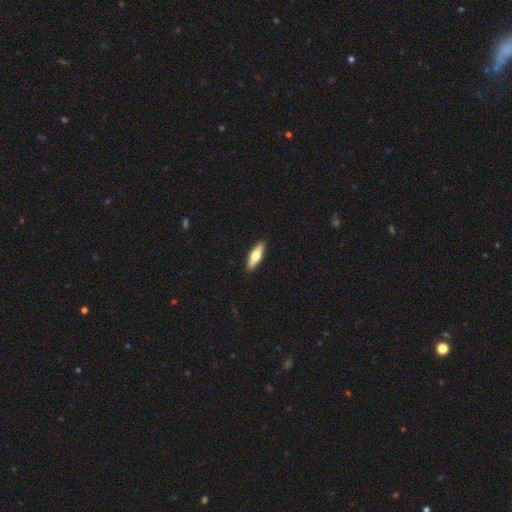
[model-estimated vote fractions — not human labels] Smooth or featured?
  - smooth: 52% *
  - featured or disk: 42%
  - star or artifact: 5%
How rounded?
  - cigar-shaped: 59% *
  - in between: 39%
  - round: 2%
Merging?
  - none: 91% *
  - minor disturbance: 6%
  - major disturbance: 1%
  - merger: 1%